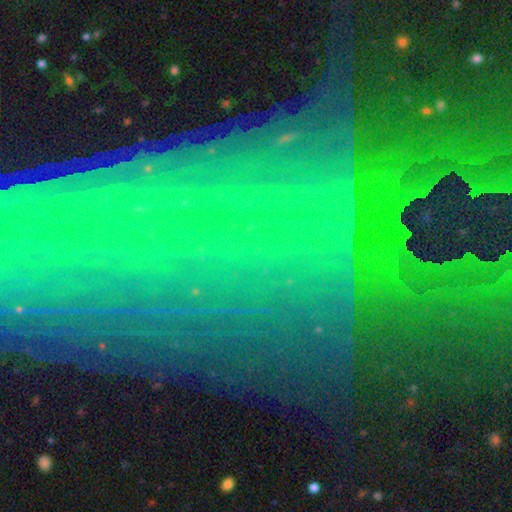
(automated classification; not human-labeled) Overall: star or artifact (73%).